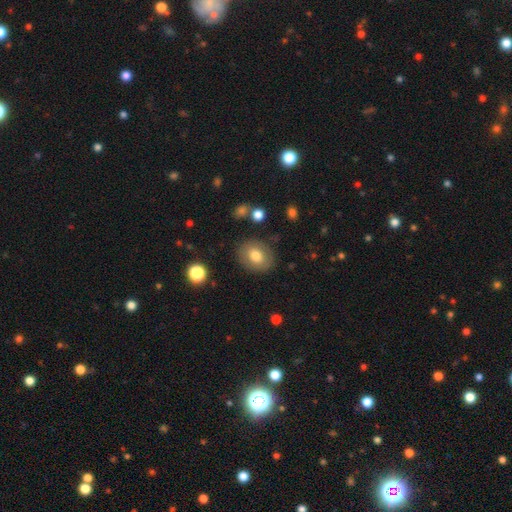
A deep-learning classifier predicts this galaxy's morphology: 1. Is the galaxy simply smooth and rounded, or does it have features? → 74% smooth, 17% featured or disk, 9% star or artifact.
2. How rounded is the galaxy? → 50% round, 49% in between, 1% cigar-shaped.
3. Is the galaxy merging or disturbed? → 82% none, 11% minor disturbance, 4% major disturbance, 2% merger.